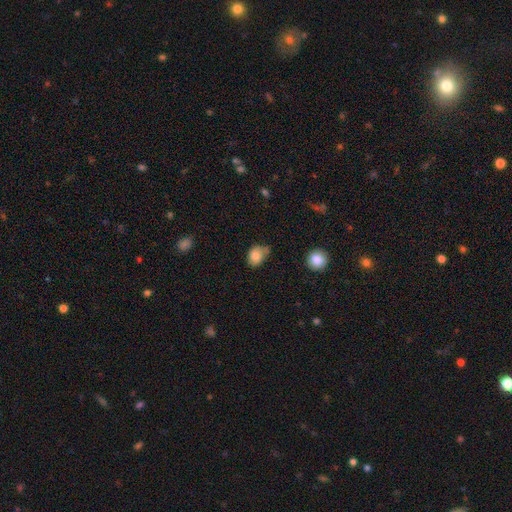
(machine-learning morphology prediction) Smooth or featured?
  - smooth: 82% *
  - featured or disk: 9%
  - star or artifact: 9%
How rounded?
  - in between: 58% *
  - round: 41%
  - cigar-shaped: 1%
Merging?
  - none: 45% *
  - minor disturbance: 38%
  - major disturbance: 11%
  - merger: 7%